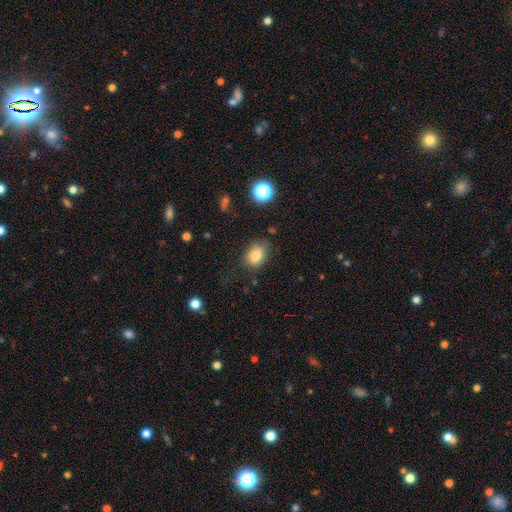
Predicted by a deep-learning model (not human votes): Overall: smooth (80%). How rounded: in between (78%). Merging: none (74%).